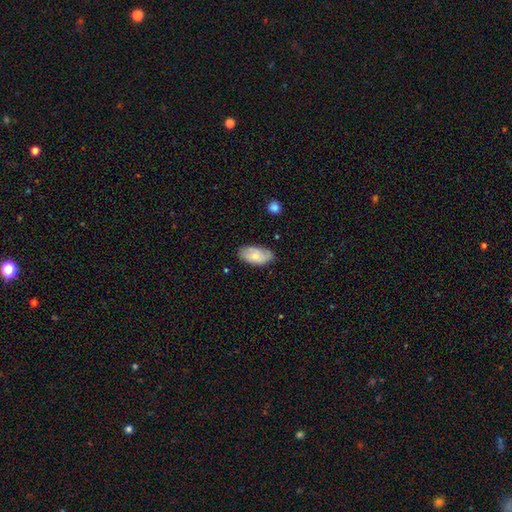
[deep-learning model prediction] Q: Smooth or featured?
A: smooth (68%); runner-up: featured or disk (26%)
Q: How rounded?
A: in between (94%); runner-up: round (3%)
Q: Merging?
A: none (73%); runner-up: minor disturbance (22%)